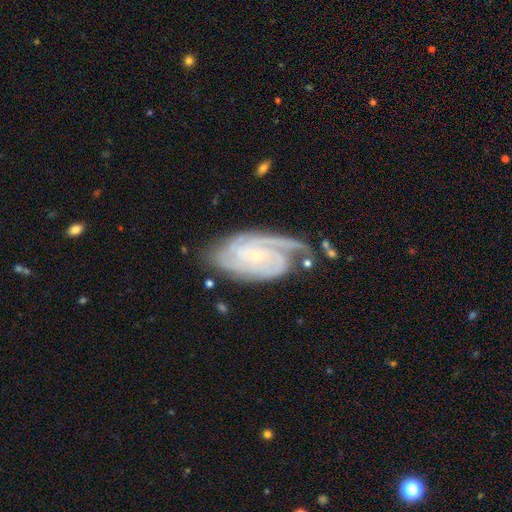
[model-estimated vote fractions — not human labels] Smooth or featured: featured or disk — 89% (smooth — 6%)
Edge-on disk: no — 96% (yes — 4%)
Bar: no — 67% (weak — 25%)
Spiral arms: yes — 97% (no — 3%)
Spiral winding: tight — 67% (medium — 27%)
Spiral arm count: 3 — 28% (2 — 27%)
Bulge size: small — 84% (moderate — 12%)
Merging: none — 60% (minor disturbance — 25%)